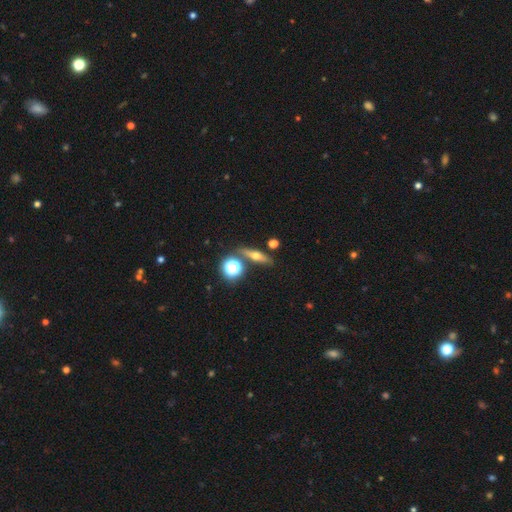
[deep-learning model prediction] smooth_or_featured: featured or disk (p=0.51) [alt: smooth p=0.37]
disk_edge_on: yes (p=0.87) [alt: no p=0.13]
merging: none (p=0.81) [alt: minor disturbance p=0.09]